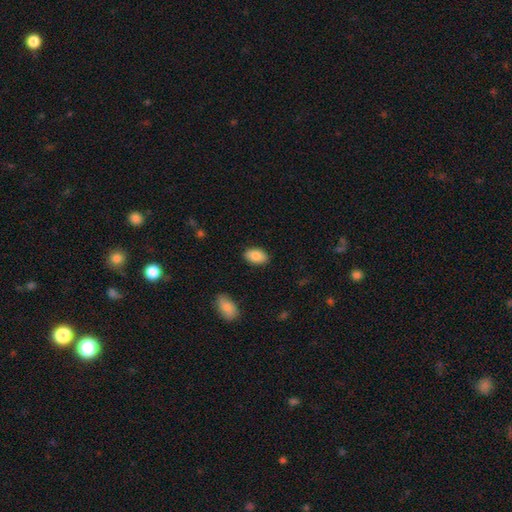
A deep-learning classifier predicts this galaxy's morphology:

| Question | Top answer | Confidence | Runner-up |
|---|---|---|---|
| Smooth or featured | smooth | 86% | featured or disk (7%) |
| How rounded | in between | 92% | round (7%) |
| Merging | none | 87% | minor disturbance (9%) |